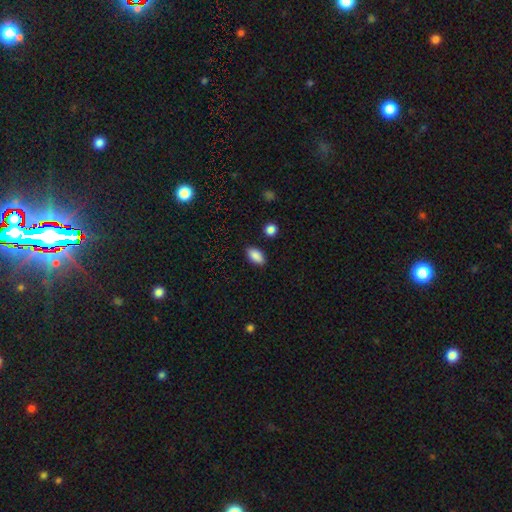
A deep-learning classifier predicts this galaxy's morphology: smooth_or_featured: smooth (p=0.88) [alt: star or artifact p=0.08]
how_rounded: in between (p=0.91) [alt: round p=0.05]
merging: none (p=0.86) [alt: minor disturbance p=0.10]